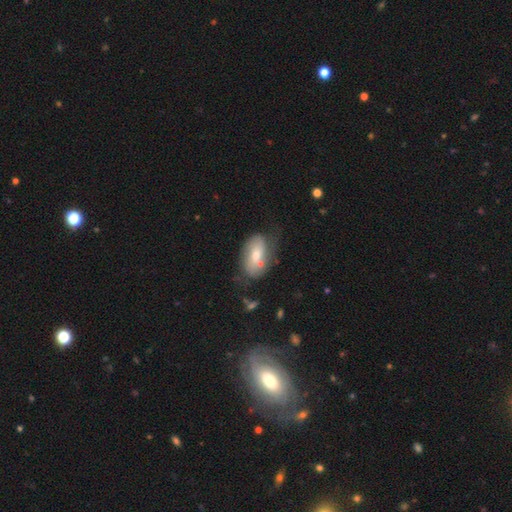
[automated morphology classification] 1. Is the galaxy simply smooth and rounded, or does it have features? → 46% smooth (tied), 46% featured or disk (tied), 8% star or artifact.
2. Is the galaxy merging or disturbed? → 52% none, 26% minor disturbance, 12% major disturbance, 9% merger.